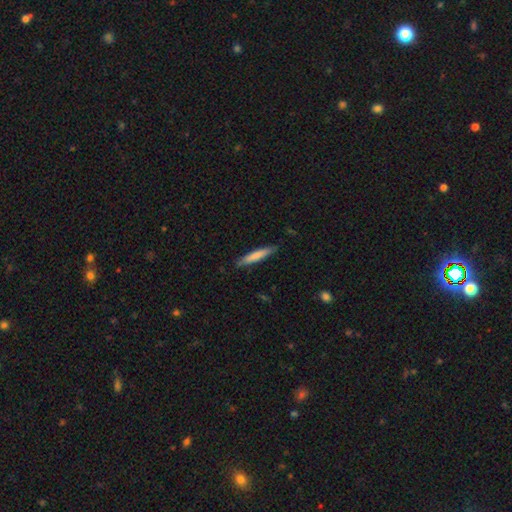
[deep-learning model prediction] smooth_or_featured: smooth (p=0.74) [alt: featured or disk p=0.21]
how_rounded: cigar-shaped (p=0.93) [alt: in between p=0.06]
merging: none (p=0.87) [alt: minor disturbance p=0.10]